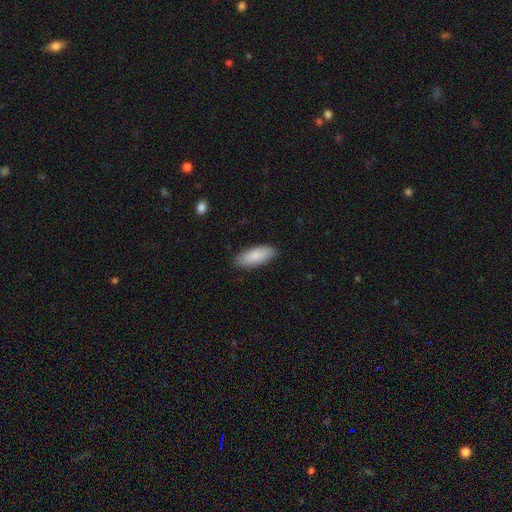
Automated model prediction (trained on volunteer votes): Morphology: type=smooth (87%); roundness=in between (80%); merging=none (88%).